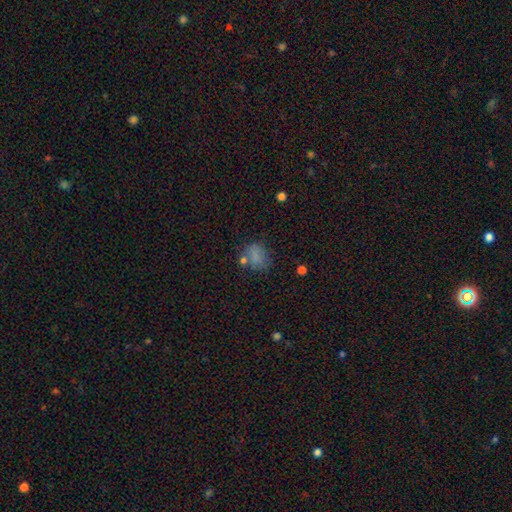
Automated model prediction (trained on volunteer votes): Q: Smooth or featured?
A: smooth (74%); runner-up: star or artifact (15%)
Q: How rounded?
A: round (51%); runner-up: in between (48%)
Q: Merging?
A: none (60%); runner-up: minor disturbance (21%)